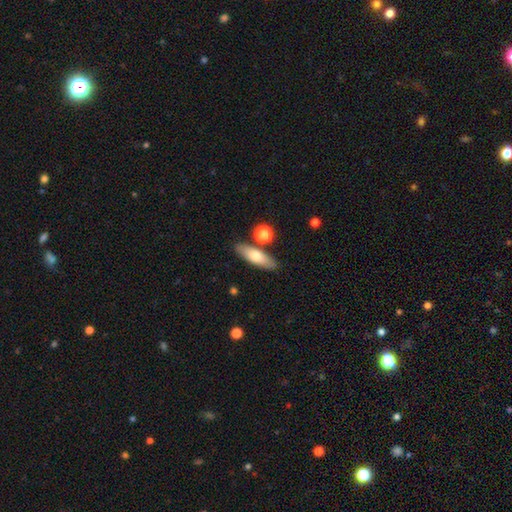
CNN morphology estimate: Smooth or featured?
  - smooth: 70% *
  - featured or disk: 24%
  - star or artifact: 6%
How rounded?
  - in between: 49% *
  - cigar-shaped: 47%
  - round: 3%
Merging?
  - none: 81% *
  - minor disturbance: 10%
  - merger: 7%
  - major disturbance: 2%